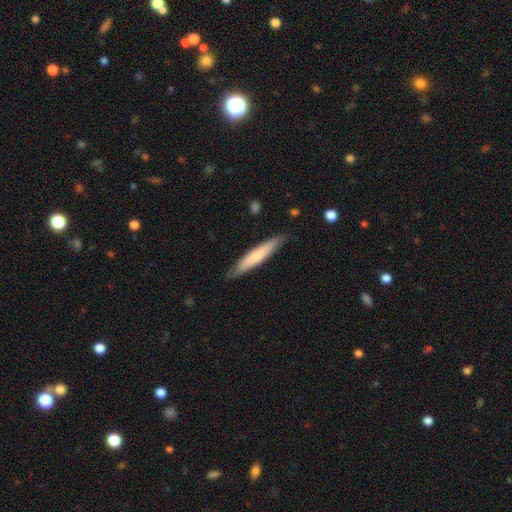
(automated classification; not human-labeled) Smooth or featured? Predicted: smooth (p=0.67). How rounded? Predicted: cigar-shaped (p=0.89). Merging? Predicted: none (p=0.84).